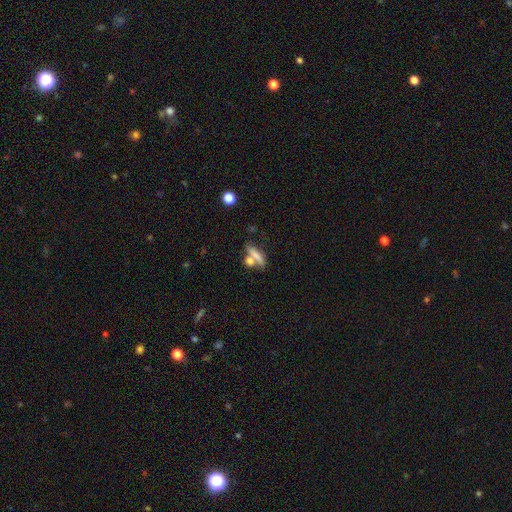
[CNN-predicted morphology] type=smooth (66%); roundness=cigar-shaped (61%); merging=none (44%).